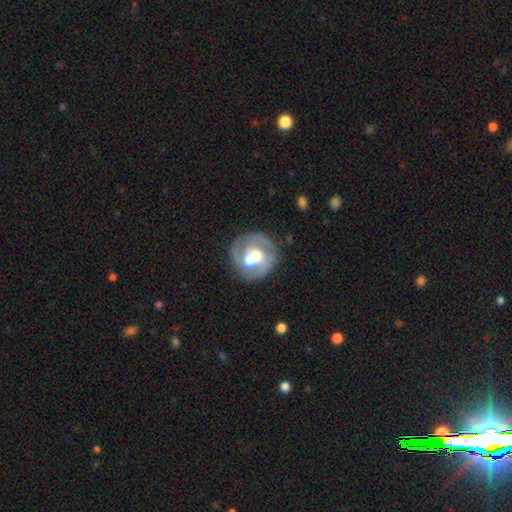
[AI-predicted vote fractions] Q: Smooth or featured?
A: featured or disk (61%); runner-up: smooth (33%)
Q: Edge-on disk?
A: no (97%); runner-up: yes (3%)
Q: Bar?
A: no (67%); runner-up: weak (25%)
Q: Spiral arms?
A: yes (50%); tied with: no (50%)
Q: Bulge size?
A: moderate (70%); runner-up: large (13%)
Q: Merging?
A: none (49%); runner-up: merger (32%)